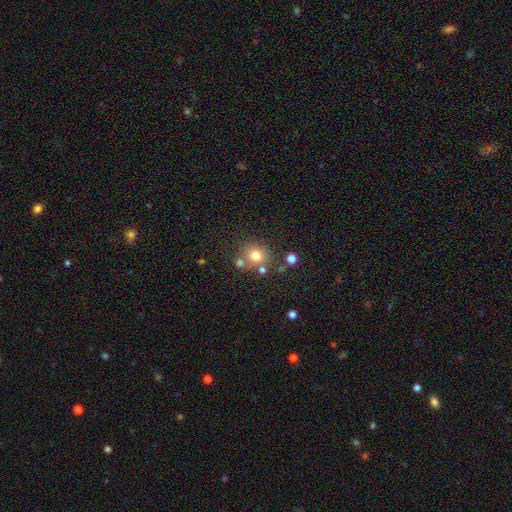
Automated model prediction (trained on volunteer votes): Q: Smooth or featured?
A: smooth (75%); runner-up: star or artifact (15%)
Q: How rounded?
A: round (83%); runner-up: in between (16%)
Q: Merging?
A: none (69%); runner-up: merger (16%)